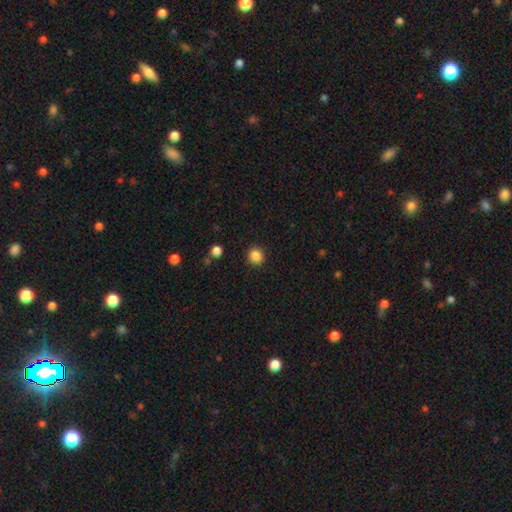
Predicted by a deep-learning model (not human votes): A smooth galaxy with no disk features (87%) that is round (88%).

Vote fractions:
- Smooth or featured? smooth: 87% / star or artifact: 10% / featured or disk: 3%
- How rounded? round: 88% / in between: 11% / cigar-shaped: 1%
- Merging? none: 91% / minor disturbance: 6% / major disturbance: 2% / merger: 1%